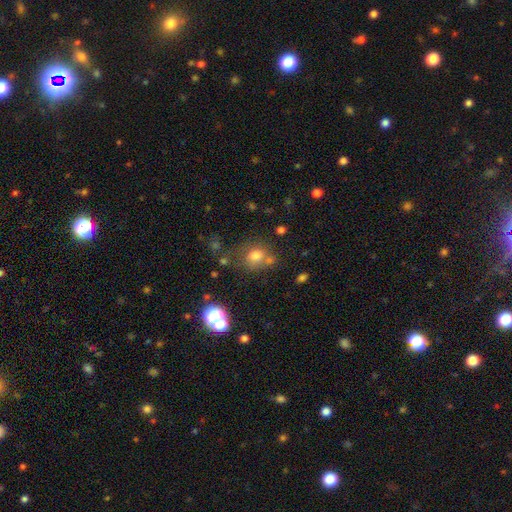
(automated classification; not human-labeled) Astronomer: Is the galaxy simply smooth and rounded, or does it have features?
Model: smooth — 72%.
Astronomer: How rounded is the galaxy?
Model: round — 59% (runner-up: in between, 40%).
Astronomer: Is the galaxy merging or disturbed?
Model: none — 56%.